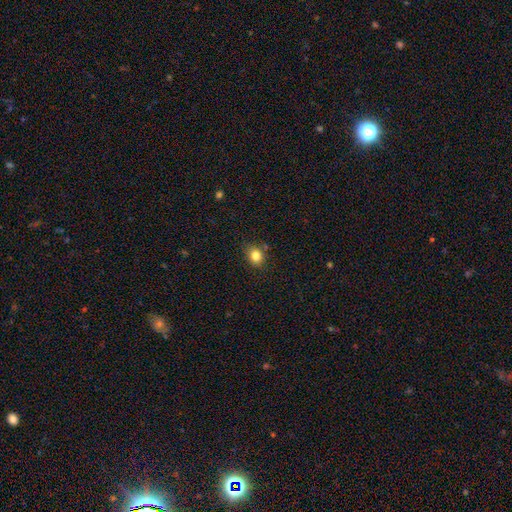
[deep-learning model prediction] Smooth or featured: smooth — 82% (star or artifact — 11%)
How rounded: round — 63% (in between — 36%)
Merging: none — 80% (minor disturbance — 13%)